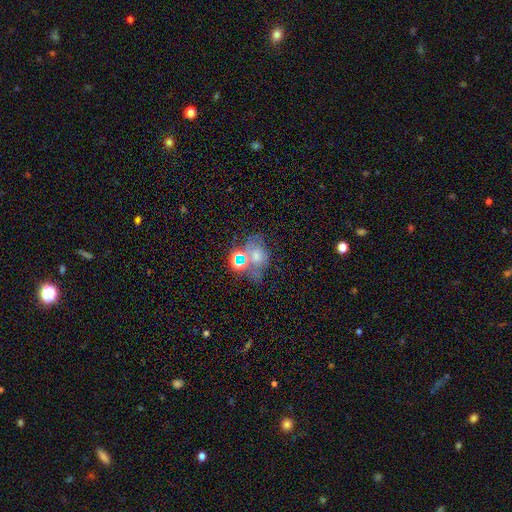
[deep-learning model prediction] Q: Smooth or featured?
A: smooth (46%); runner-up: star or artifact (29%)
Q: Merging?
A: none (36%); runner-up: merger (31%)